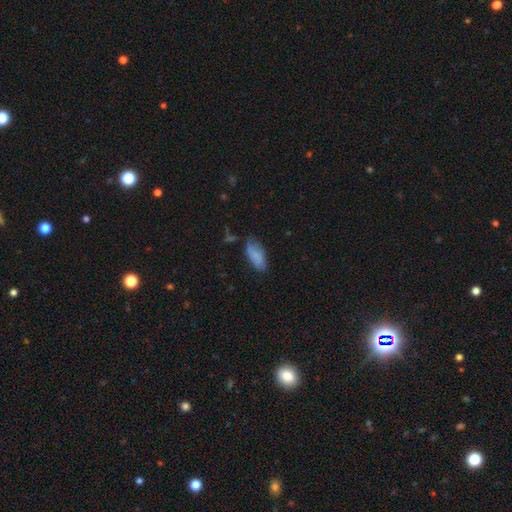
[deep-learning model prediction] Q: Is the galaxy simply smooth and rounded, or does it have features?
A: smooth — 80%.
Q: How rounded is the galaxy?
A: in between — 86%.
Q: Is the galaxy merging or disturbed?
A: none — 61%.